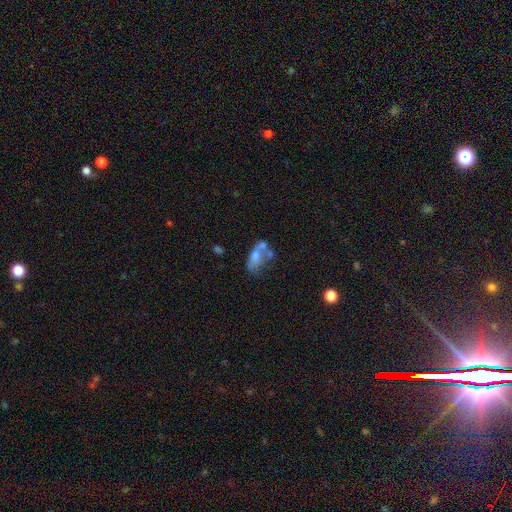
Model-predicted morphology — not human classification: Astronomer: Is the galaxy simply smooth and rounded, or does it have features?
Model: smooth — 48% (runner-up: featured or disk, 42%).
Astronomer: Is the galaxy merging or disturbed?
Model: merger — 45% (runner-up: none, 24%).